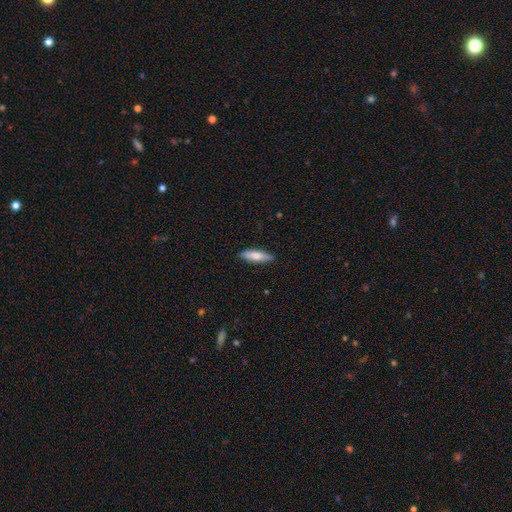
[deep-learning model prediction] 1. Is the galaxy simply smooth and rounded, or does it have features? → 75% smooth, 19% featured or disk, 6% star or artifact.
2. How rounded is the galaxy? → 57% cigar-shaped, 41% in between, 2% round.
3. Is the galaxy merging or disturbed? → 87% none, 10% minor disturbance, 2% major disturbance, 1% merger.